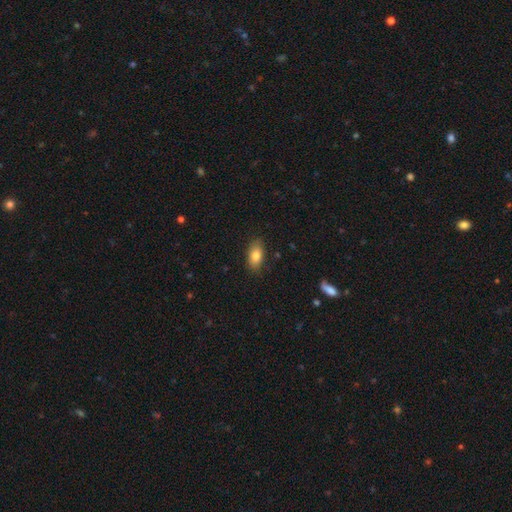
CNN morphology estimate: Q: Smooth or featured?
A: smooth (82%); runner-up: featured or disk (10%)
Q: How rounded?
A: in between (90%); runner-up: round (5%)
Q: Merging?
A: none (85%); runner-up: minor disturbance (12%)